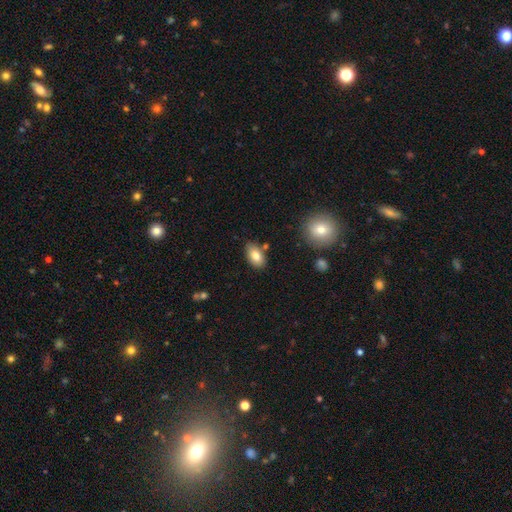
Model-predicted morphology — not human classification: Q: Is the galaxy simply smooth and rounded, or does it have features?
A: smooth — 82%.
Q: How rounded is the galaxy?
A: in between — 92%.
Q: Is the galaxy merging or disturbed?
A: none — 80%.